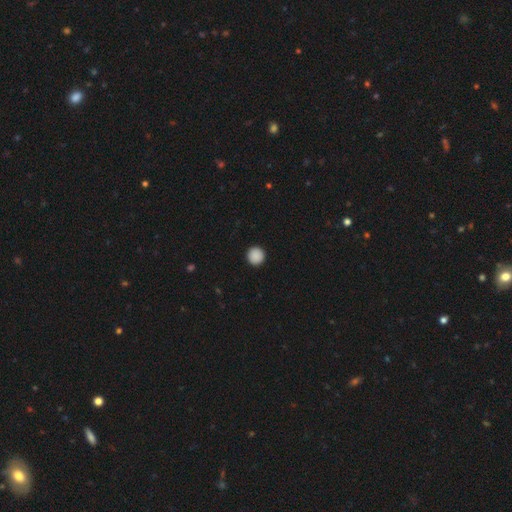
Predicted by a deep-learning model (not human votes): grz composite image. It shows a smooth galaxy with no disk features (90%) that is round (96%). Merging: none (94%).